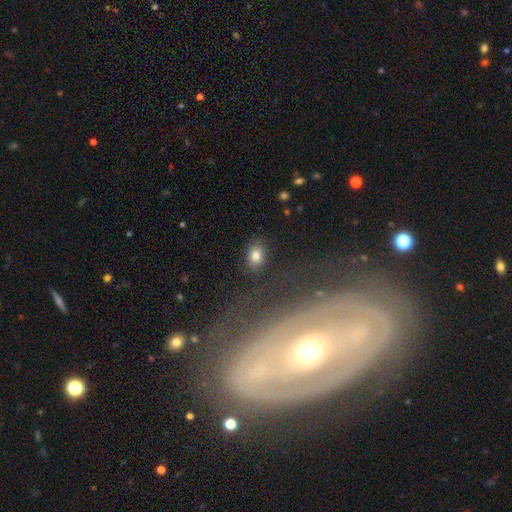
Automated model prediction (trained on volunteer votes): smooth 81%, star or artifact 11%, featured or disk 8%. Down the decision tree: how rounded — in between (69%); merging — none (85%).